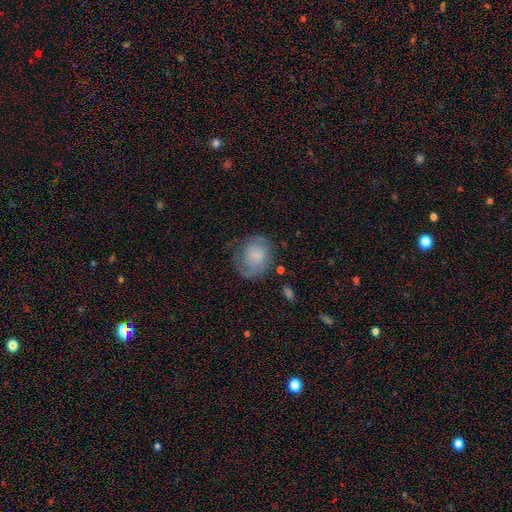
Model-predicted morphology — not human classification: The model was most divided on "smooth or featured": smooth: 49%, featured or disk: 42%, star or artifact: 9%. More confident: merging — none (56%).